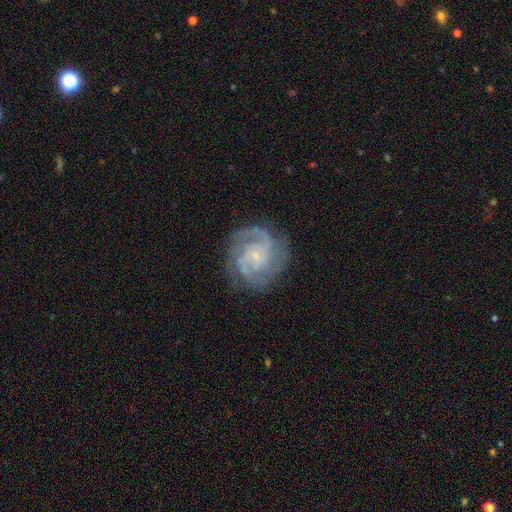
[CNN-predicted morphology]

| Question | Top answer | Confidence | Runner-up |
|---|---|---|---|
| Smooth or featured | featured or disk | 88% | smooth (6%) |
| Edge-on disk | no | 98% | yes (2%) |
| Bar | no | 70% | weak (25%) |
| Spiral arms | yes | 98% | no (2%) |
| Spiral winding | tight | 59% | medium (35%) |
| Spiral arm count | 3 | 38% | 2 (25%) |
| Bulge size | small | 80% | moderate (11%) |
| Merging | none | 80% | minor disturbance (13%) |